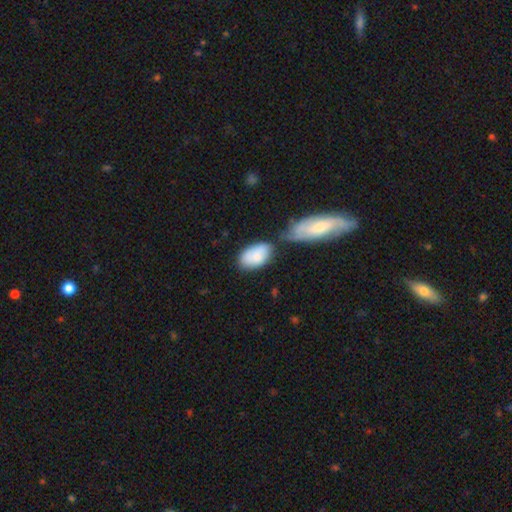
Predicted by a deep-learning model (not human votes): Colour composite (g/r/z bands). It shows a smooth galaxy with no disk features (81%) that is in between round and cigar-shaped (93%). Merging: none (44%).